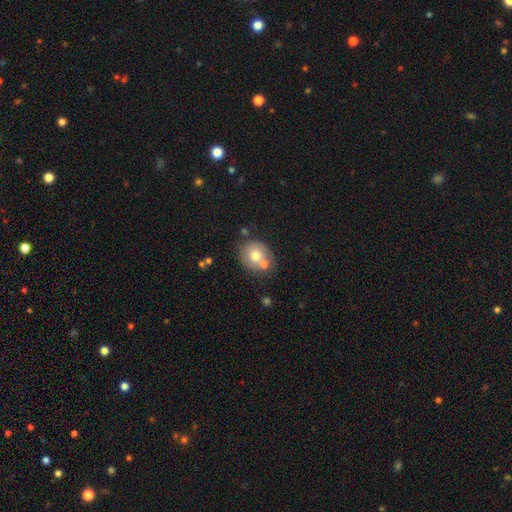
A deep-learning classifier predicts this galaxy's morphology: Overall: smooth (70%). How rounded: round (74%). Merging: none (54%; merger 31%).